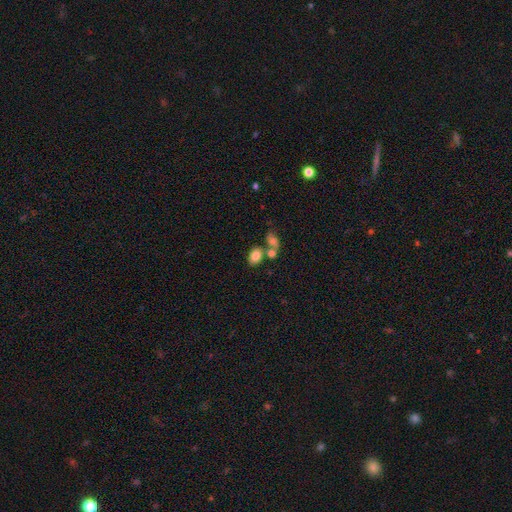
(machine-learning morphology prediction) The model was most divided on "merging": none: 50%, merger: 33%, minor disturbance: 12%, major disturbance: 5%. More confident: smooth or featured — smooth (81%); how rounded — in between (76%).